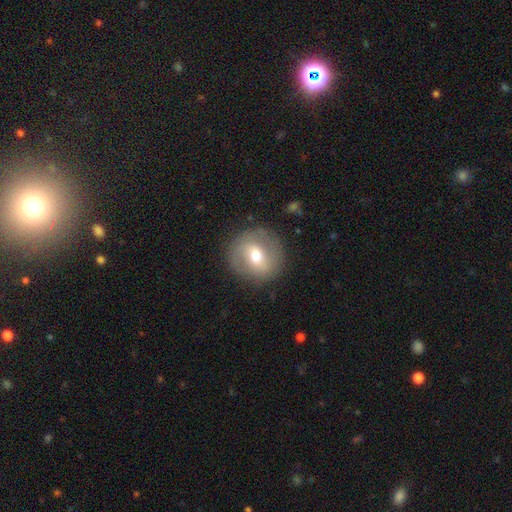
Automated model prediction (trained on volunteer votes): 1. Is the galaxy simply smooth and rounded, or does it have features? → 50% smooth, 43% featured or disk, 8% star or artifact.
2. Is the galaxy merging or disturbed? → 84% none, 10% minor disturbance, 5% major disturbance, 1% merger.